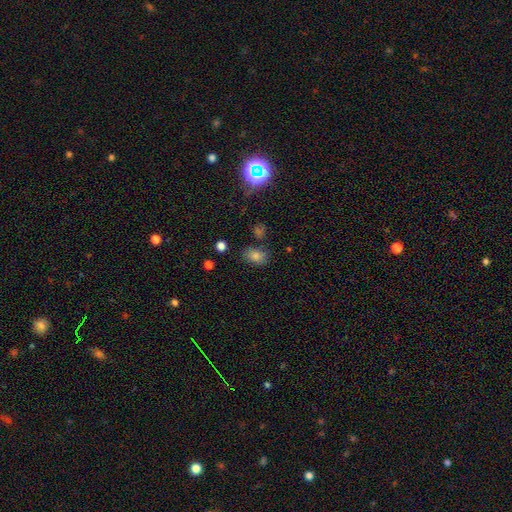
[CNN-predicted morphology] Overall: smooth (71%). How rounded: in between (80%). Merging: none (77%).